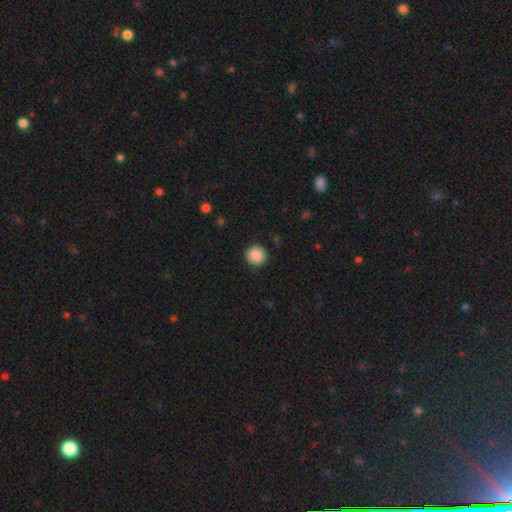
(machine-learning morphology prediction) Smooth or featured: smooth — 86% (star or artifact — 8%)
How rounded: round — 93% (in between — 6%)
Merging: none — 89% (minor disturbance — 8%)